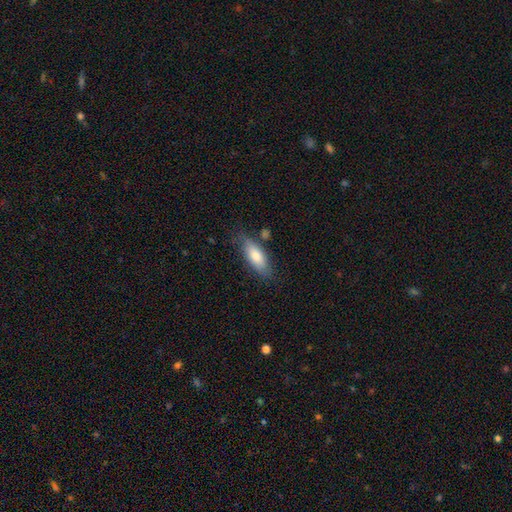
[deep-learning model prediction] Overall: smooth (75%). How rounded: in between (70%). Merging: none (73%).